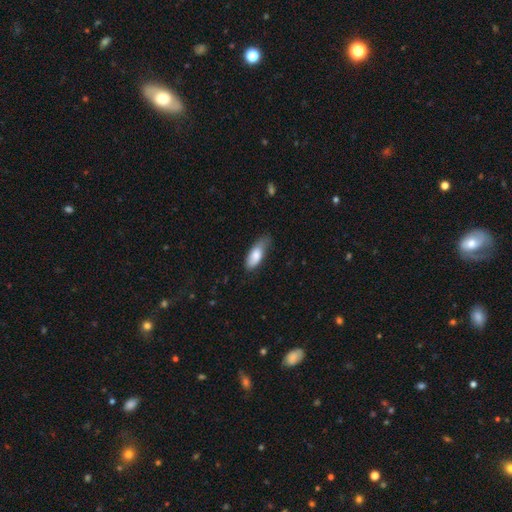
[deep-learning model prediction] Morphology: type=smooth (80%); roundness=in between (77%); merging=none (49%).